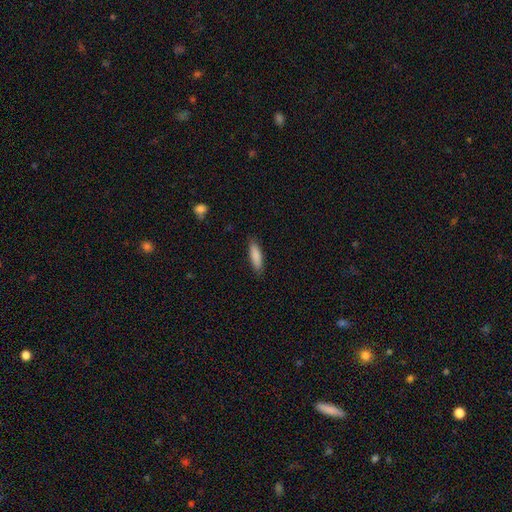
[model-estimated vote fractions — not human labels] Smooth or featured?
  - smooth: 87% *
  - featured or disk: 8%
  - star or artifact: 6%
How rounded?
  - cigar-shaped: 61% *
  - in between: 37%
  - round: 1%
Merging?
  - none: 87% *
  - minor disturbance: 10%
  - major disturbance: 2%
  - merger: 1%